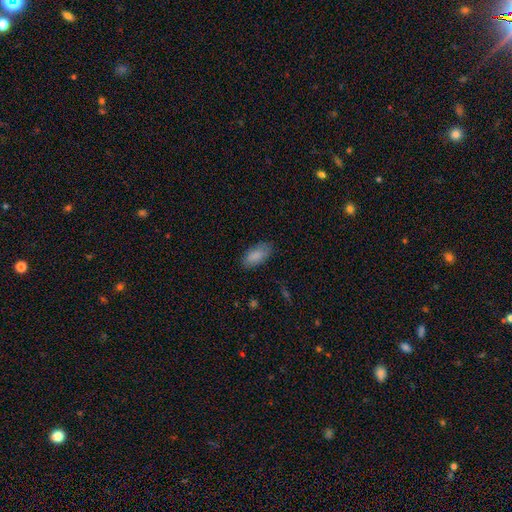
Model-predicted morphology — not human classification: smooth-or-featured: smooth: 87% | featured or disk: 7% | star or artifact: 7%
  how-rounded: in between: 92% | cigar-shaped: 6% | round: 2%
  merging: none: 81% | minor disturbance: 15% | major disturbance: 3% | merger: 1%